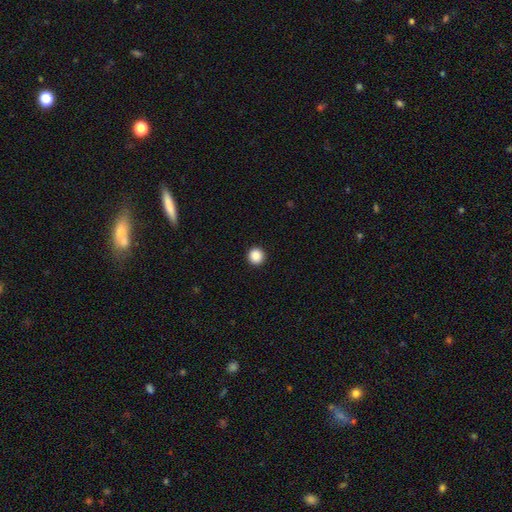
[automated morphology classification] Overall: smooth (88%). How rounded: round (95%). Merging: none (94%).